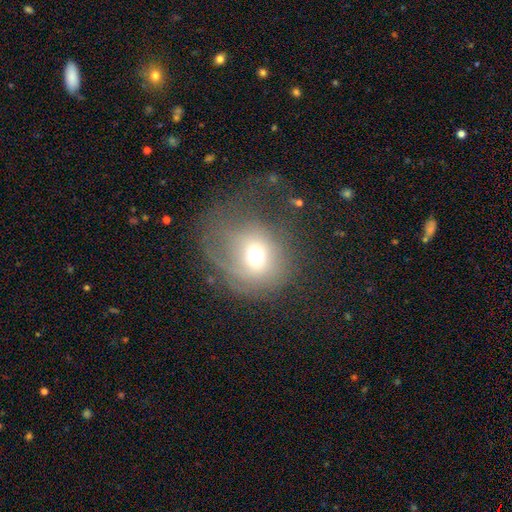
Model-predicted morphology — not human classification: Smooth or featured? Predicted: smooth (p=0.59). How rounded? Predicted: round (p=0.70). Merging? Predicted: none (p=0.39).